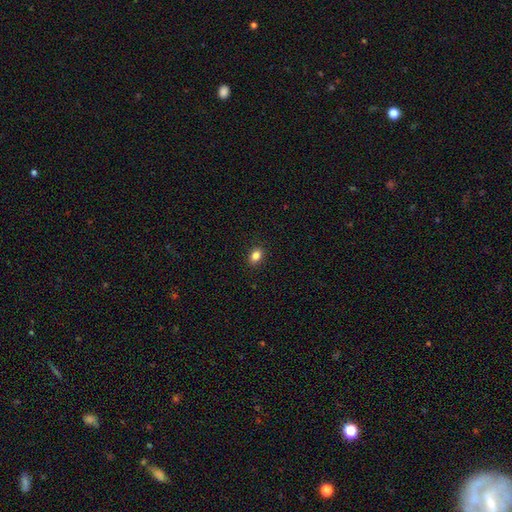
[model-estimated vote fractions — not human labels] smooth-or-featured: smooth: 84% | star or artifact: 11% | featured or disk: 5%
  how-rounded: in between: 68% | round: 31% | cigar-shaped: 1%
  merging: none: 90% | minor disturbance: 7% | major disturbance: 2% | merger: 1%